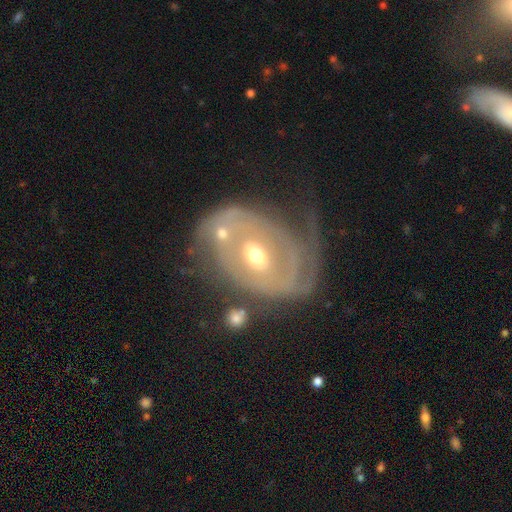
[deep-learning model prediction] A featured or disk galaxy (74%) with no bar (55%), spiral arms (57%) and a moderate central bulge (60%). Merging: none (35%).